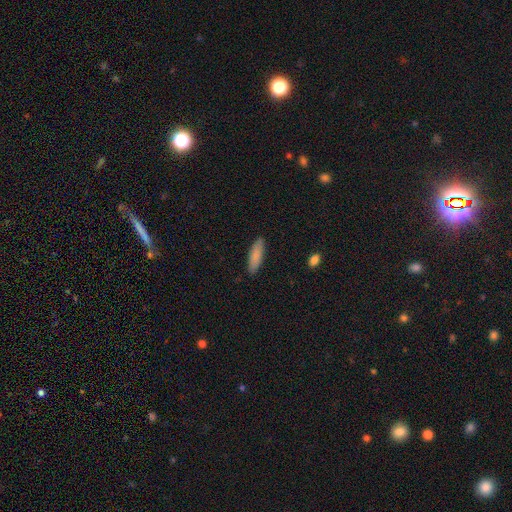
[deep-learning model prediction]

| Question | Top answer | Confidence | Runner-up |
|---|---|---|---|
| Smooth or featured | smooth | 86% | featured or disk (8%) |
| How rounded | cigar-shaped | 60% | in between (38%) |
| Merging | none | 88% | minor disturbance (9%) |